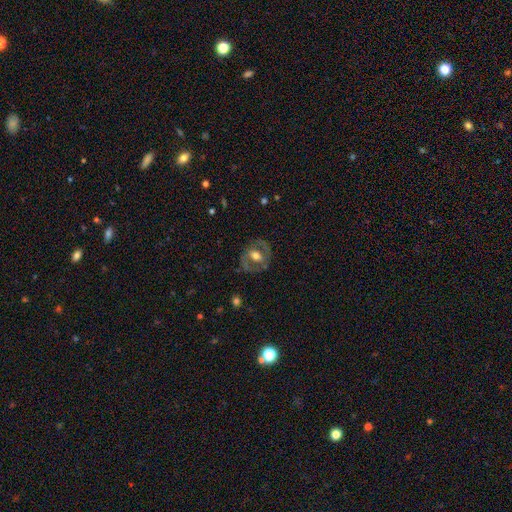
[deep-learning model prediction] Smooth or featured?
  - featured or disk: 63% *
  - smooth: 31%
  - star or artifact: 6%
Edge-on disk?
  - no: 95% *
  - yes: 5%
Bar?
  - no: 48% *
  - weak: 34%
  - strong: 18%
Spiral arms?
  - no: 54% *
  - yes: 46%
Bulge size?
  - moderate: 66% *
  - large: 20%
  - small: 11%
  - dominant: 1%
  - none: 1%
Merging?
  - none: 75% *
  - minor disturbance: 15%
  - major disturbance: 9%
  - merger: 1%